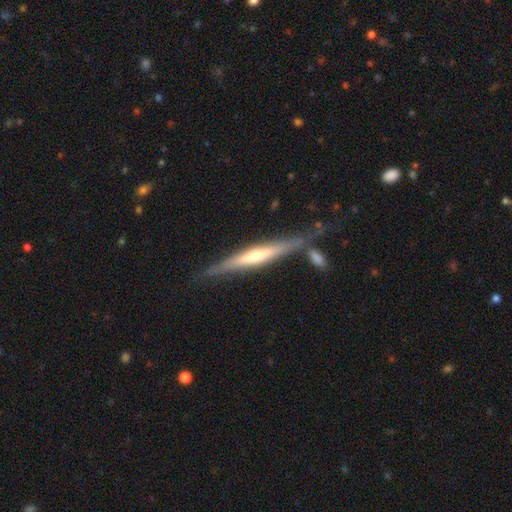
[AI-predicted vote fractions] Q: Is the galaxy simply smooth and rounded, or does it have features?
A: featured or disk — 69%.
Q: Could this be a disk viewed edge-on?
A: yes — 95%.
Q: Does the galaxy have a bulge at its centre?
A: rounded — 68%.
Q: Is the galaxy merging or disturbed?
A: none — 75%.